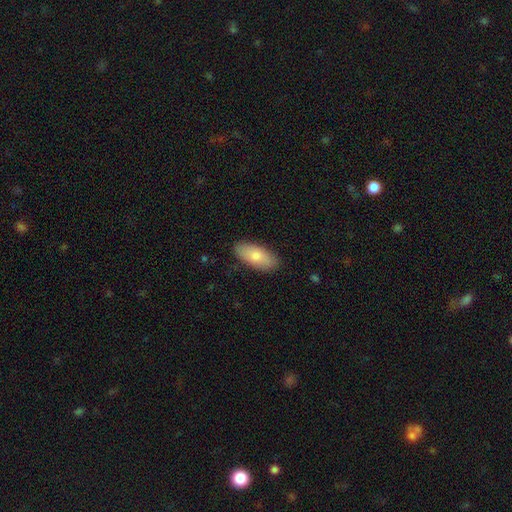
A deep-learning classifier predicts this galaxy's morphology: A smooth galaxy with no disk features (76%) that is in between round and cigar-shaped (88%). Merging: none (87%).